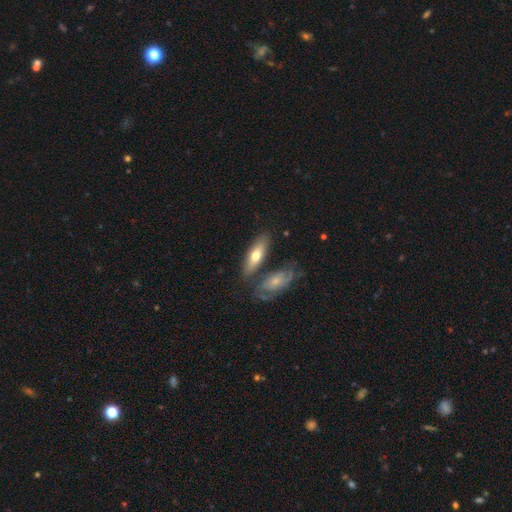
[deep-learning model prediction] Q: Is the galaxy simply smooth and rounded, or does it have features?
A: smooth — 57%.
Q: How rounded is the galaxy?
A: in between — 59%.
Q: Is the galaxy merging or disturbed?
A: none — 66%.